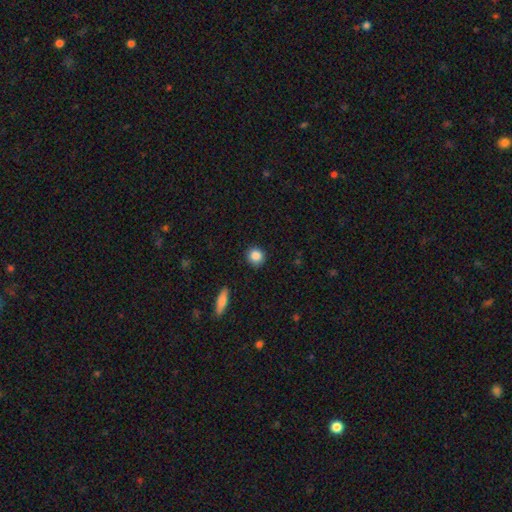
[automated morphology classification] smooth_or_featured: smooth (p=0.87) [alt: star or artifact p=0.09]
how_rounded: round (p=0.89) [alt: in between p=0.10]
merging: none (p=0.88) [alt: minor disturbance p=0.09]